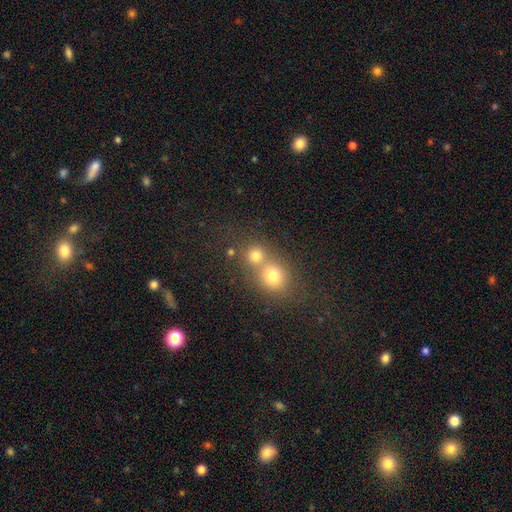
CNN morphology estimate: type=smooth (76%); roundness=round (84%); merging=merger (49%).